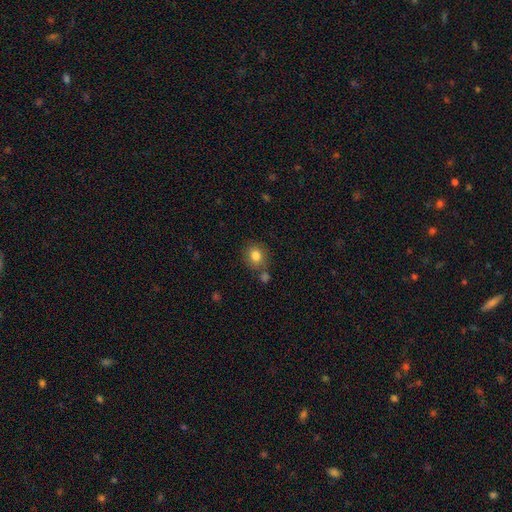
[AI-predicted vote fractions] Morphology: type=smooth (82%); roundness=round (72%); merging=none (73%).